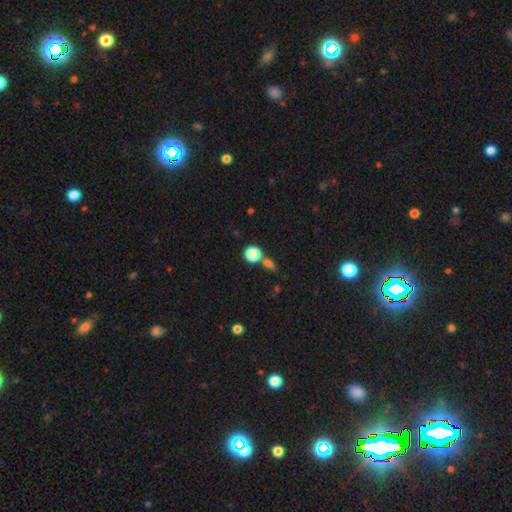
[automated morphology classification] The model was most divided on "smooth or featured": smooth: 57%, star or artifact: 33%, featured or disk: 9%. More confident: how rounded — round (79%); merging — none (67%).